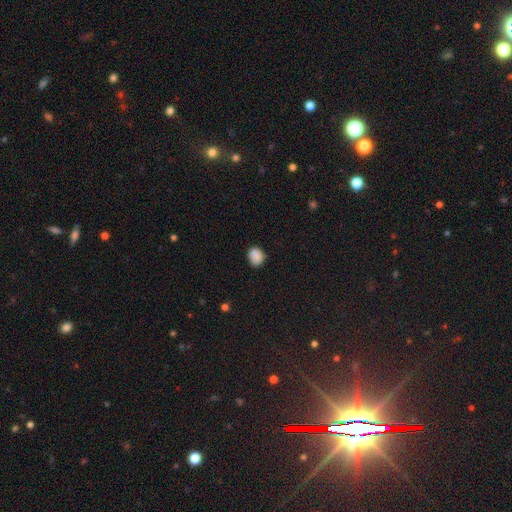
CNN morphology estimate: The model was most divided on "how rounded": round: 61%, in between: 38%, cigar-shaped: 1%. More confident: smooth or featured — smooth (86%); merging — none (74%).